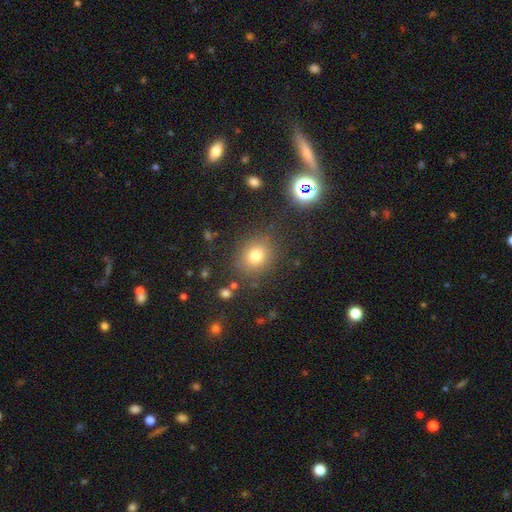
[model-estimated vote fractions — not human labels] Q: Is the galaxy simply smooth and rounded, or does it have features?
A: smooth — 76%.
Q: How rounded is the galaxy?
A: round — 70%.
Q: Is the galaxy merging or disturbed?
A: none — 81%.